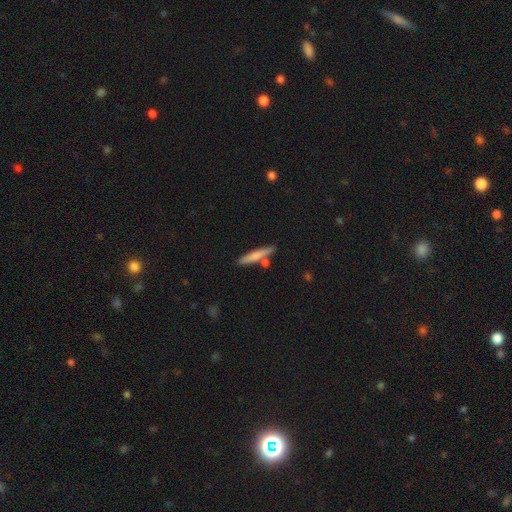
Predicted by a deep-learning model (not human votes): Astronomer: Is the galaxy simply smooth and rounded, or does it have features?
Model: smooth — 68%.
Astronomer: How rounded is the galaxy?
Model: cigar-shaped — 91%.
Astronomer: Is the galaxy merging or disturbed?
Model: none — 76%.